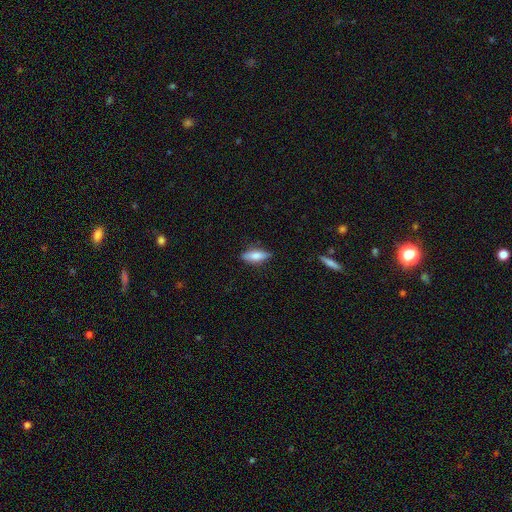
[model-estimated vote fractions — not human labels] Morphology: type=smooth (72%); roundness=in between (63%); merging=none (80%).